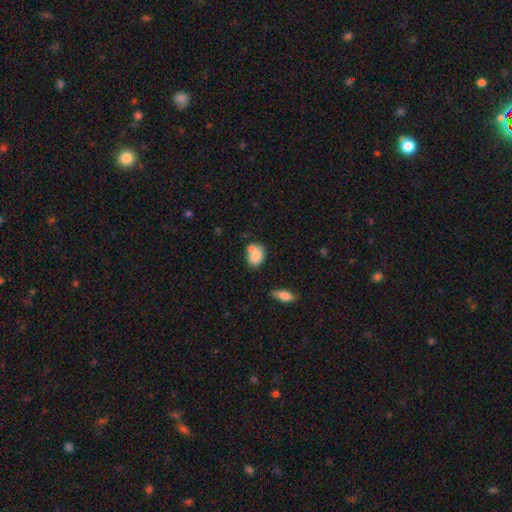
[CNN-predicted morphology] smooth_or_featured: smooth (p=0.80) [alt: featured or disk p=0.12]
how_rounded: in between (p=0.57) [alt: round p=0.41]
merging: none (p=0.47) [alt: merger p=0.33]